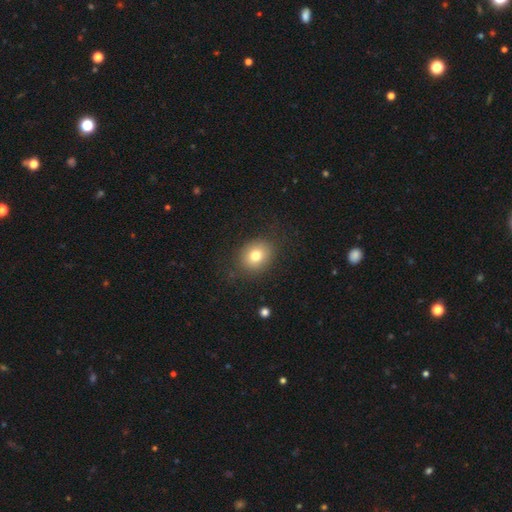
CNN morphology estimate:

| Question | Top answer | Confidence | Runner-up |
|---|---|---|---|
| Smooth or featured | smooth | 77% | featured or disk (12%) |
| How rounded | round | 61% | in between (39%) |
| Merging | none | 83% | minor disturbance (11%) |